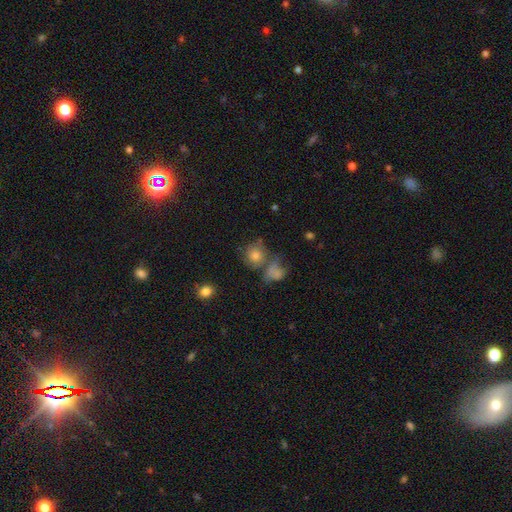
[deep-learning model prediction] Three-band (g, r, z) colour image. It shows a smooth galaxy with no disk features (59%) that is round (83%). Merging: none (53%).